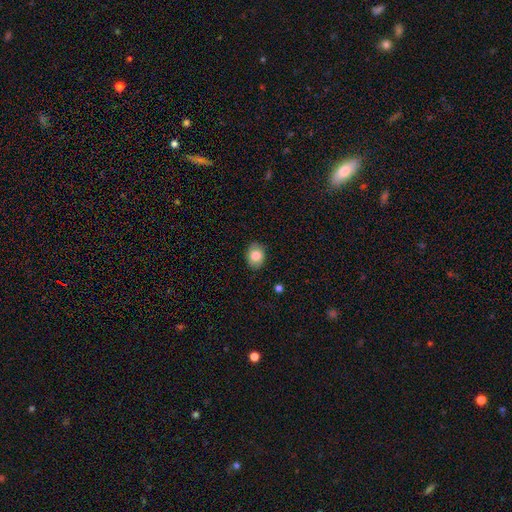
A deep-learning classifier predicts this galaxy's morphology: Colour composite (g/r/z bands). It shows a smooth galaxy with no disk features (81%) that is in between round and cigar-shaped (63%). Merging: none (85%).